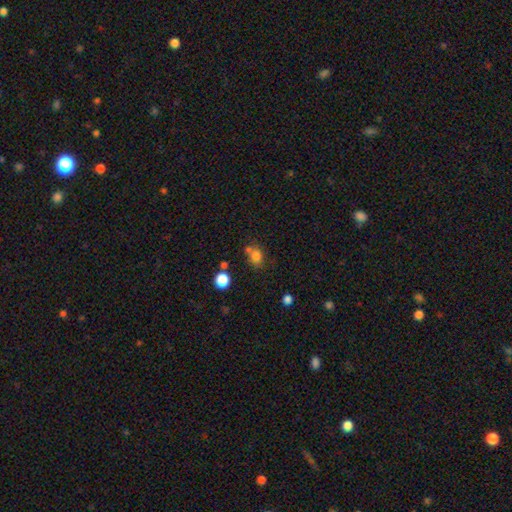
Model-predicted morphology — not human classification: This is likely a smooth galaxy (77%). How rounded: possibly round (55%). Merging: possibly none (53%).